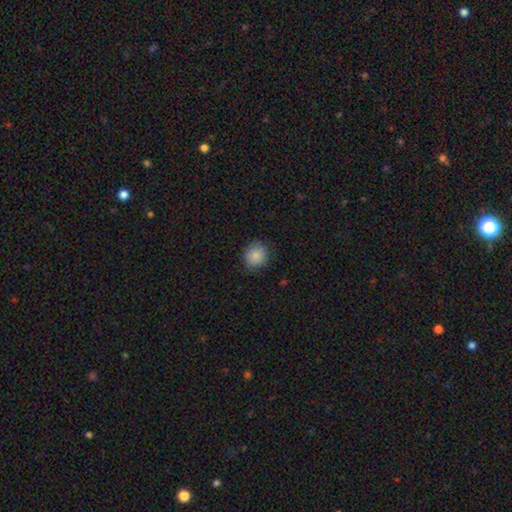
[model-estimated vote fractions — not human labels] Q: Smooth or featured?
A: smooth (87%); runner-up: star or artifact (8%)
Q: How rounded?
A: round (84%); runner-up: in between (15%)
Q: Merging?
A: none (84%); runner-up: minor disturbance (12%)